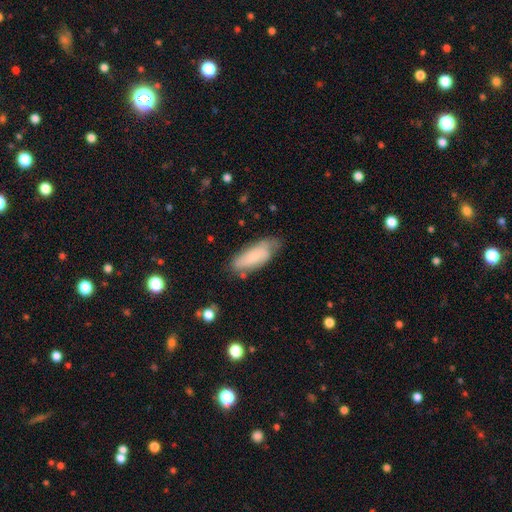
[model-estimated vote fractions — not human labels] Overall: smooth (68%). How rounded: in between (75%). Merging: none (58%; minor disturbance 30%).